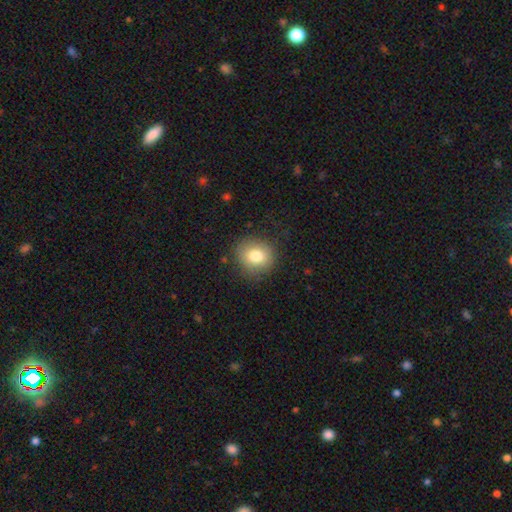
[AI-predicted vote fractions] A smooth galaxy with no disk features (79%) that is round (81%).

Vote fractions:
- Smooth or featured? smooth: 79% / featured or disk: 11% / star or artifact: 10%
- How rounded? round: 81% / in between: 18% / cigar-shaped: 1%
- Merging? none: 83% / minor disturbance: 12% / major disturbance: 4% / merger: 1%